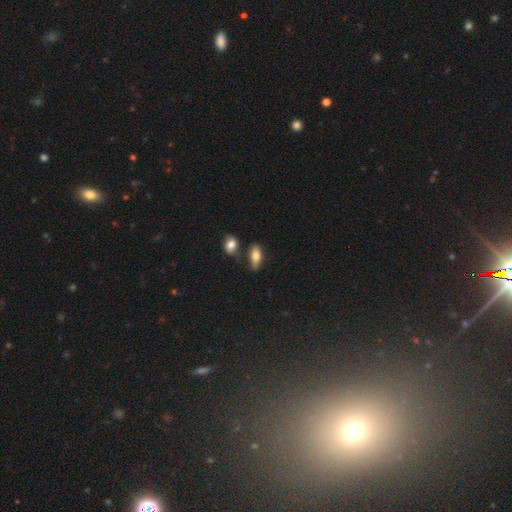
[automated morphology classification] smooth 79%, featured or disk 14%, star or artifact 8%. Down the decision tree: how rounded — in between (81%); merging — none (64%).